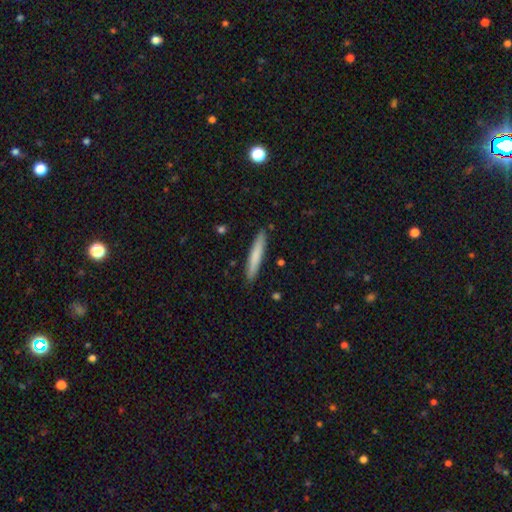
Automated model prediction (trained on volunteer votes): This appears to be a smooth galaxy with no disk features (74%) that is cigar-shaped (94%). Merging: none (90%).